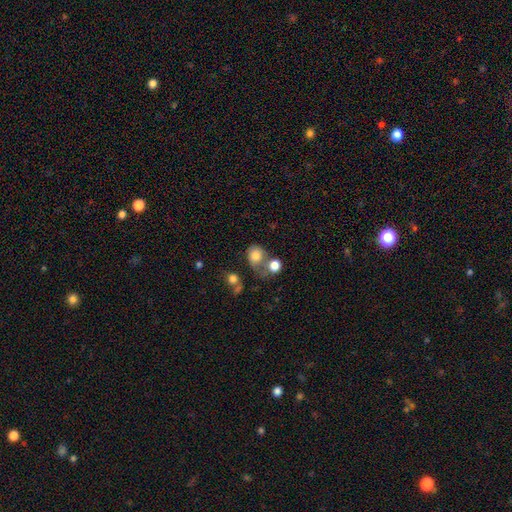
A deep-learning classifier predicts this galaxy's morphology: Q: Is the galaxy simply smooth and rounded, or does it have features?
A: smooth — 77%.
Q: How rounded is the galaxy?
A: round — 58%.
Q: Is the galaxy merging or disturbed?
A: none — 35%.